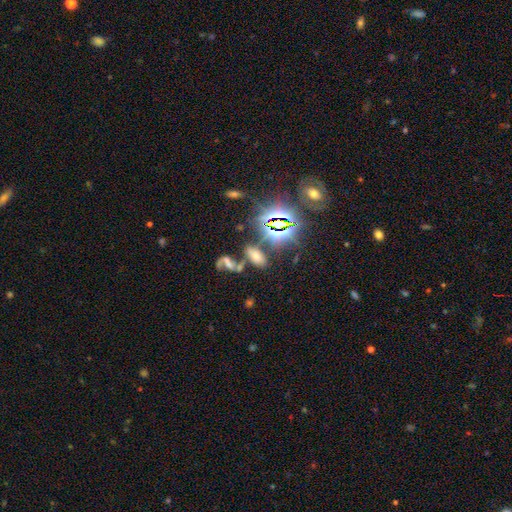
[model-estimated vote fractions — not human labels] This is possibly a smooth galaxy (49%). Merging: possibly none (52%).